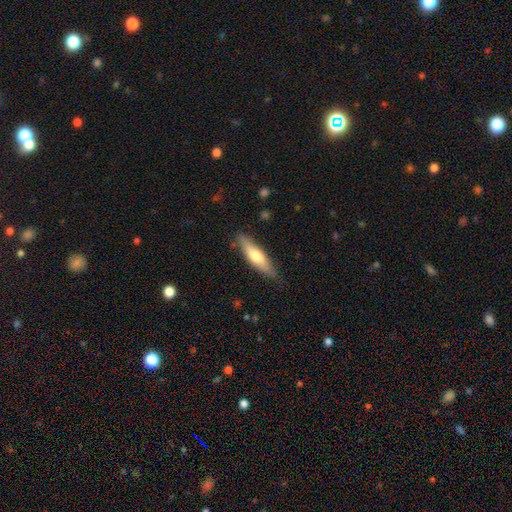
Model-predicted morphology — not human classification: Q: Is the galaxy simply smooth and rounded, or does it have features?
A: smooth — 61%.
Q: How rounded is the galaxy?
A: cigar-shaped — 69%.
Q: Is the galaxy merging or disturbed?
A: none — 81%.